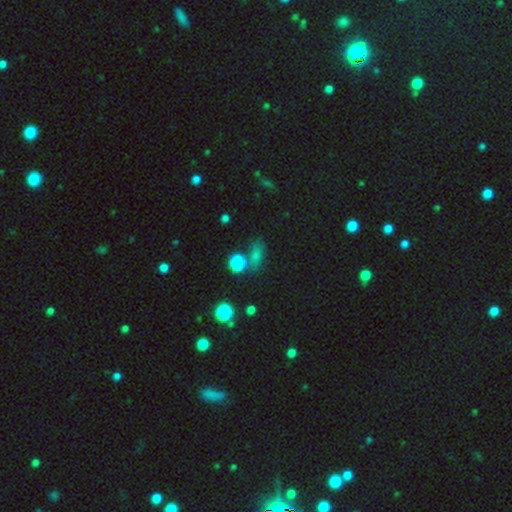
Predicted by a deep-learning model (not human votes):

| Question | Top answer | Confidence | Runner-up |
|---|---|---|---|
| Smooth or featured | smooth | 64% | star or artifact (27%) |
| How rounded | in between | 57% | round (31%) |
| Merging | none | 58% | minor disturbance (17%) |